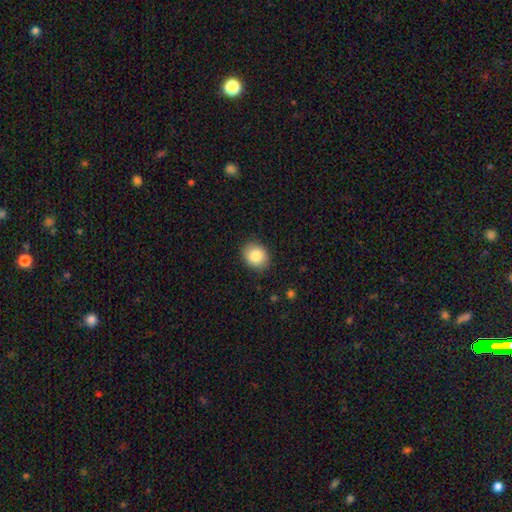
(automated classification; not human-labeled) The model was most divided on "how rounded": round: 59%, in between: 41%, cigar-shaped: 1%. More confident: merging — none (88%); smooth or featured — smooth (84%).